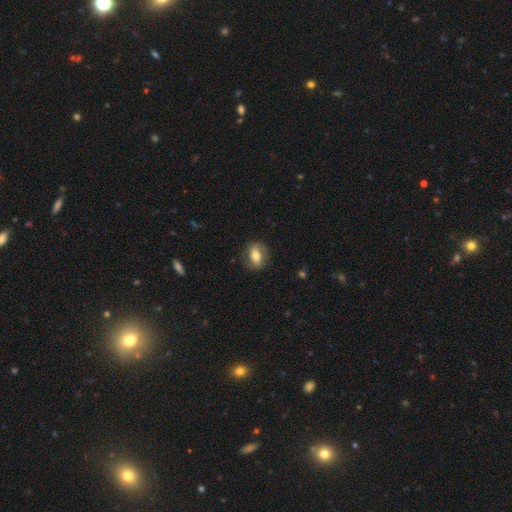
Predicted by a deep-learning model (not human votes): Smooth or featured? featured or disk (46%, tied with smooth)
Merging? none (78%)